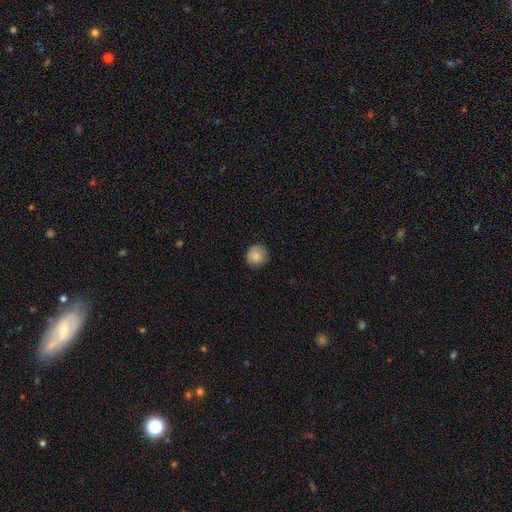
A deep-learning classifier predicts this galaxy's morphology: Smooth or featured?
  - smooth: 84% *
  - star or artifact: 8%
  - featured or disk: 8%
How rounded?
  - round: 91% *
  - in between: 8%
  - cigar-shaped: 1%
Merging?
  - none: 80% *
  - minor disturbance: 16%
  - major disturbance: 3%
  - merger: 1%